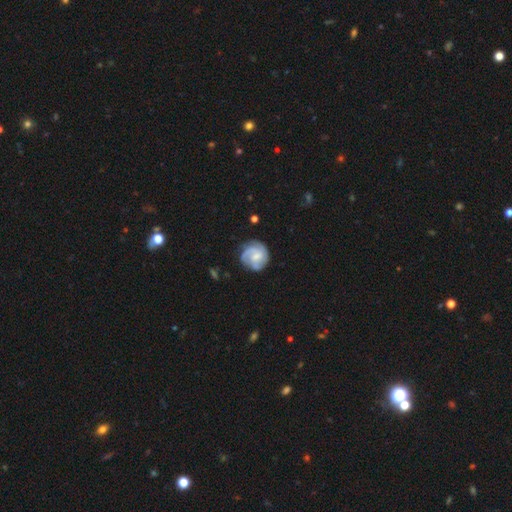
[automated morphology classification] smooth_or_featured: featured or disk (p=0.68) [alt: smooth p=0.26]
disk_edge_on: no (p=0.98) [alt: yes p=0.02]
bar: no (p=0.50) [alt: weak p=0.43]
has_spiral_arms: yes (p=0.92) [alt: no p=0.08]
spiral_winding: tight (p=0.48) [alt: medium p=0.38]
spiral_arm_count: 3 (p=0.32) [alt: 2 p=0.29]
bulge_size: small (p=0.46) [alt: moderate p=0.37]
merging: none (p=0.70) [alt: minor disturbance p=0.20]